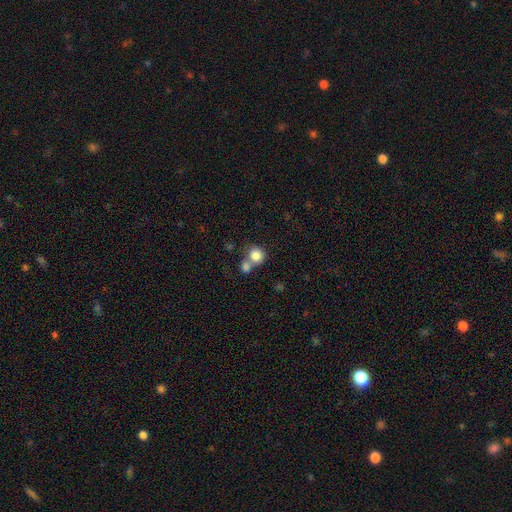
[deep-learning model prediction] Q: Smooth or featured?
A: smooth (82%); runner-up: star or artifact (10%)
Q: How rounded?
A: round (85%); runner-up: in between (14%)
Q: Merging?
A: none (47%); runner-up: merger (41%)